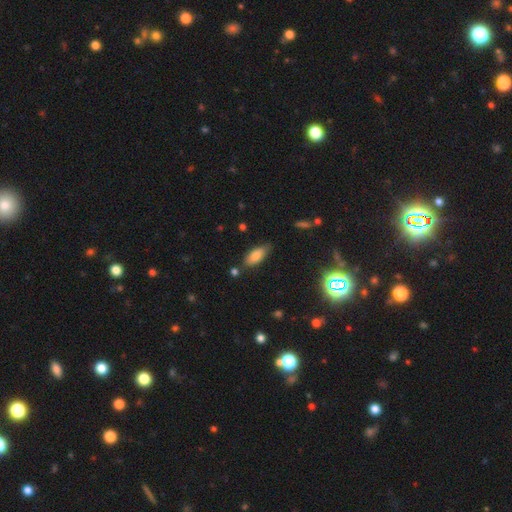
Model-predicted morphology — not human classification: type=smooth (82%); roundness=in between (78%); merging=none (75%).